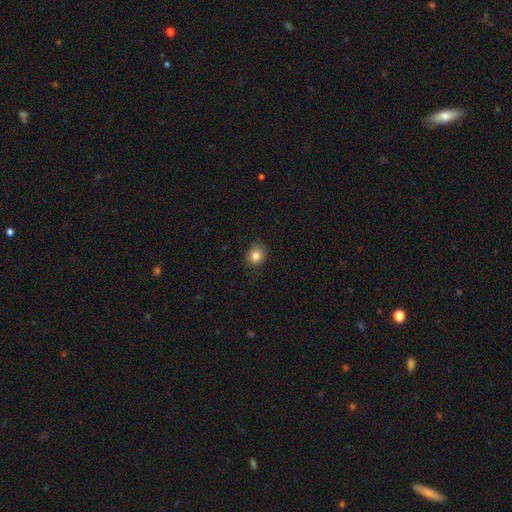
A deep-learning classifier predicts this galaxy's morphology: type=smooth (83%); roundness=round (70%); merging=none (84%).